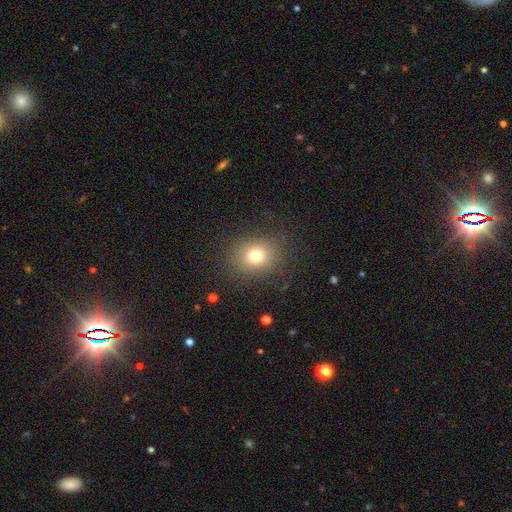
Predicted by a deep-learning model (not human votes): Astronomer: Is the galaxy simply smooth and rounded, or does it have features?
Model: smooth — 75%.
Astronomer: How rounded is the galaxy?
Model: round — 67%.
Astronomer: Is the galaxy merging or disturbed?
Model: none — 83%.